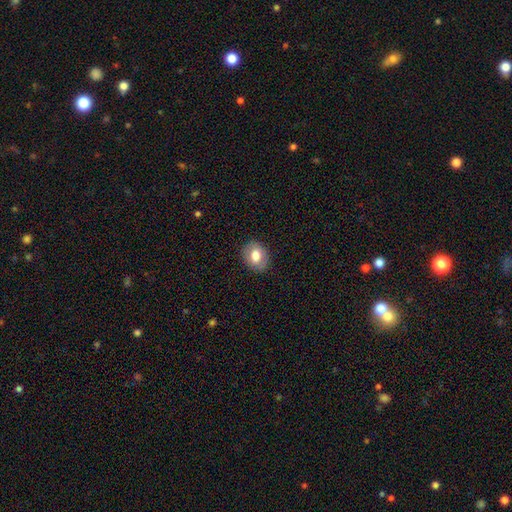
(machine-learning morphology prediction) Overall: smooth (74%). How rounded: in between (57%; round 42%). Merging: none (87%).